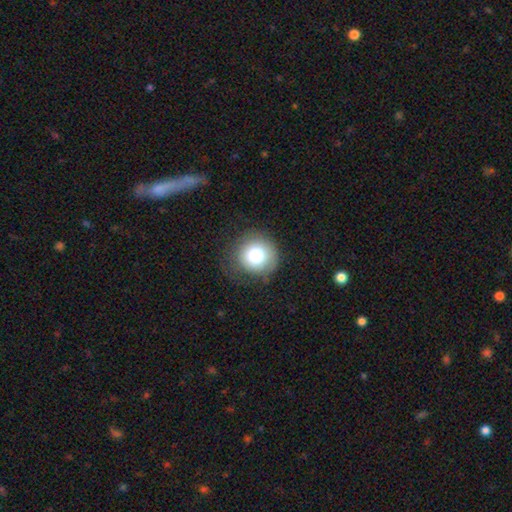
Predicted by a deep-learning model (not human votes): smooth_or_featured: smooth (p=0.81) [alt: featured or disk p=0.11]
how_rounded: round (p=0.92) [alt: in between p=0.07]
merging: none (p=0.72) [alt: minor disturbance p=0.18]